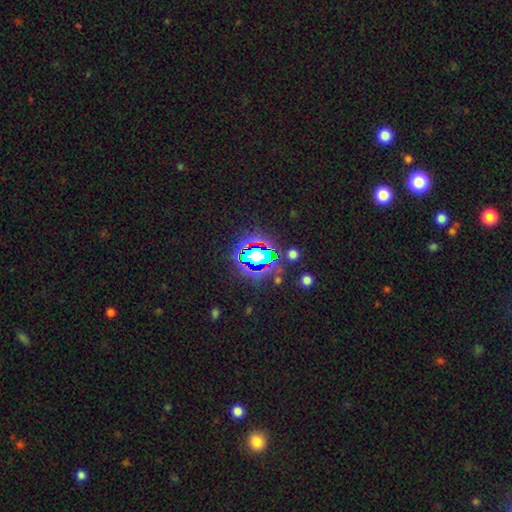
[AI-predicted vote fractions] smooth-or-featured: star or artifact: 58% | smooth: 28% | featured or disk: 14%